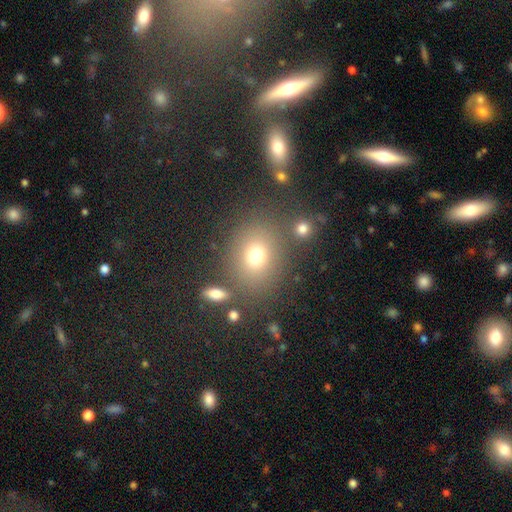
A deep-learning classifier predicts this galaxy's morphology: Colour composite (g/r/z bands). It shows a smooth galaxy with no disk features (74%) that is round (58%). Merging: none (76%).